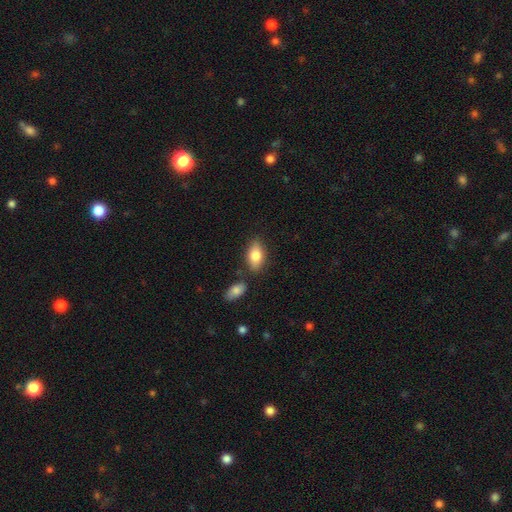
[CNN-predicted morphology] smooth-or-featured: smooth: 79% | featured or disk: 14% | star or artifact: 7%
  how-rounded: in between: 90% | cigar-shaped: 6% | round: 5%
  merging: none: 77% | minor disturbance: 12% | merger: 8% | major disturbance: 3%